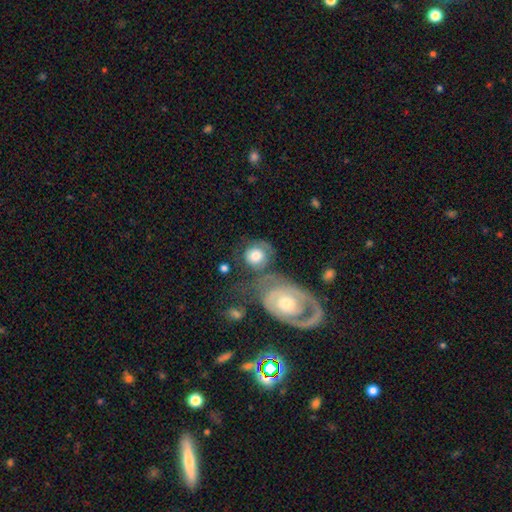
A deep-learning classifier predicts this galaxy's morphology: Smooth or featured: smooth — 65% (featured or disk — 29%)
How rounded: round — 75% (in between — 24%)
Merging: none — 39% (merger — 31%)